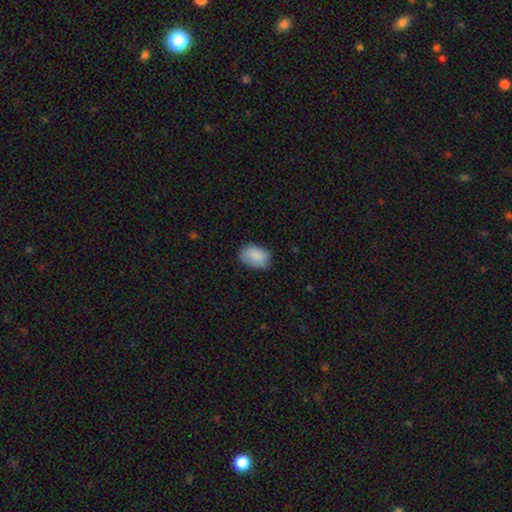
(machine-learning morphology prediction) Smooth or featured?
  - smooth: 87% *
  - star or artifact: 7%
  - featured or disk: 6%
How rounded?
  - in between: 84% *
  - round: 15%
  - cigar-shaped: 1%
Merging?
  - none: 72% *
  - minor disturbance: 23%
  - major disturbance: 4%
  - merger: 1%